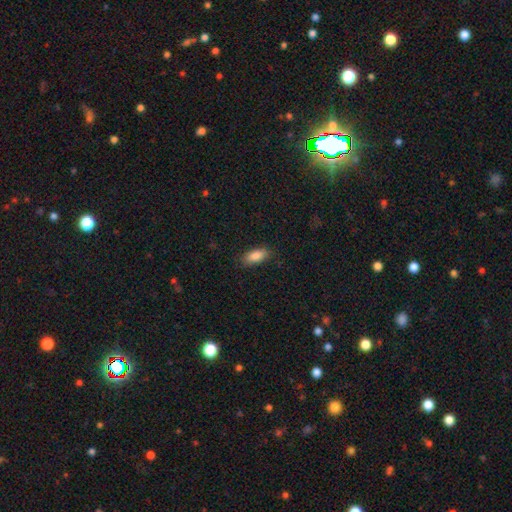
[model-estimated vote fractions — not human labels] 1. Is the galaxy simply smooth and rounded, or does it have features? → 87% smooth, 7% star or artifact, 6% featured or disk.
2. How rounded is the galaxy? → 87% in between, 11% cigar-shaped, 3% round.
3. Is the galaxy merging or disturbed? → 84% none, 12% minor disturbance, 3% major disturbance, 1% merger.